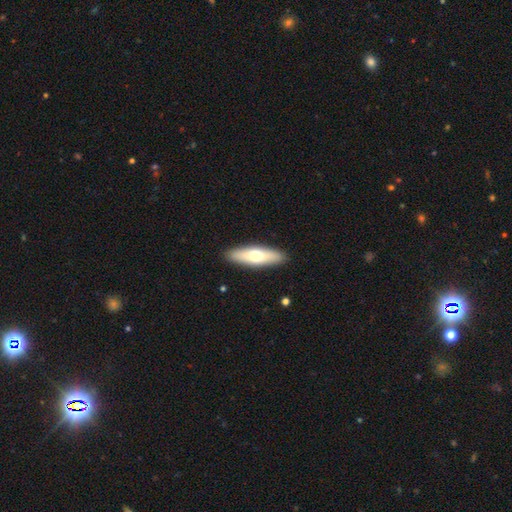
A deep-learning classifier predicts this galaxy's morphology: A smooth galaxy with no disk features (61%) that is cigar-shaped (57%).

Vote fractions:
- Smooth or featured? smooth: 61% / featured or disk: 34% / star or artifact: 5%
- How rounded? cigar-shaped: 57% / in between: 41% / round: 2%
- Merging? none: 90% / minor disturbance: 7% / major disturbance: 2% / merger: 1%